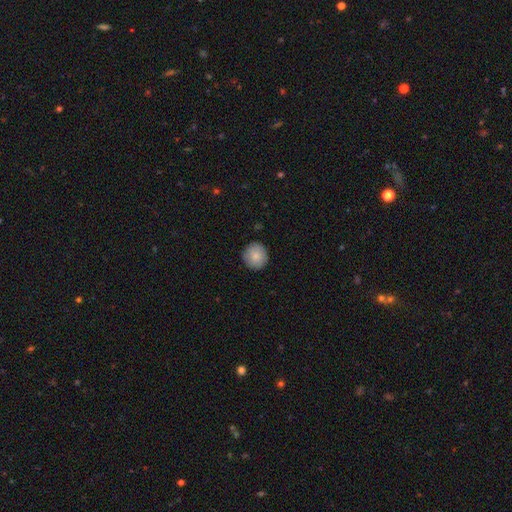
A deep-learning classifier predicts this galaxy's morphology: type=smooth (84%); roundness=round (94%); merging=none (89%).